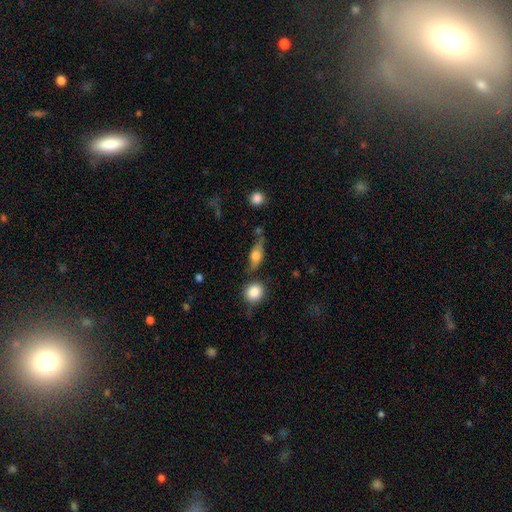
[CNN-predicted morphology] Smooth or featured: smooth — 49% (featured or disk — 42%)
Merging: none — 60% (minor disturbance — 23%)